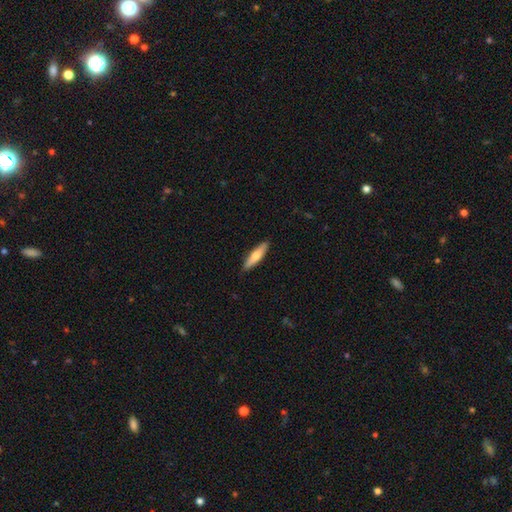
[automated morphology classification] Q: Smooth or featured?
A: smooth (66%); runner-up: featured or disk (29%)
Q: How rounded?
A: cigar-shaped (72%); runner-up: in between (26%)
Q: Merging?
A: none (88%); runner-up: minor disturbance (9%)